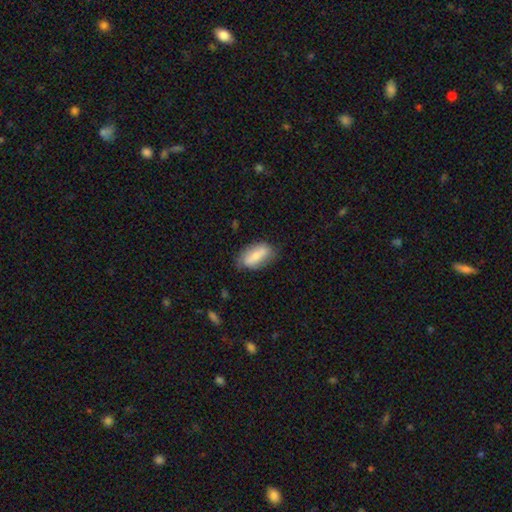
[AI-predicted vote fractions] smooth_or_featured: smooth (p=0.69) [alt: featured or disk p=0.24]
how_rounded: in between (p=0.90) [alt: cigar-shaped p=0.07]
merging: none (p=0.68) [alt: minor disturbance p=0.25]